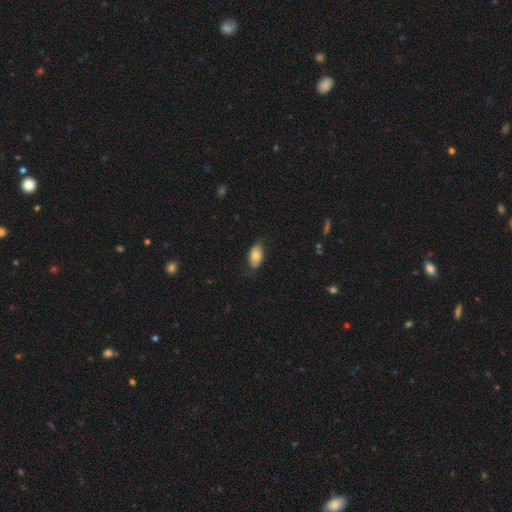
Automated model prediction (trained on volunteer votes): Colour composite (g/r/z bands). It shows a smooth galaxy with no disk features (75%) that is in between round and cigar-shaped (94%). Merging: none (75%).